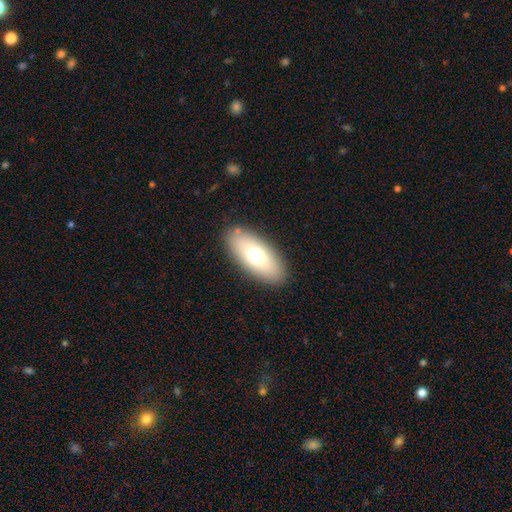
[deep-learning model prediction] smooth_or_featured: smooth (p=0.69) [alt: featured or disk p=0.23]
how_rounded: in between (p=0.85) [alt: cigar-shaped p=0.11]
merging: none (p=0.87) [alt: minor disturbance p=0.09]